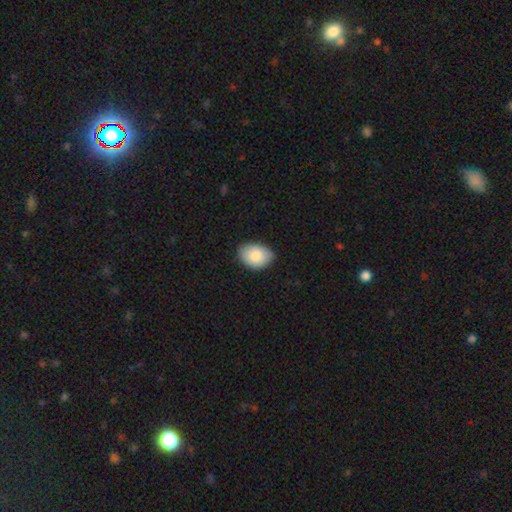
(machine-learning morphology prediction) Smooth or featured? Predicted: smooth (p=0.84). How rounded? Predicted: in between (p=0.81). Merging? Predicted: none (p=0.82).